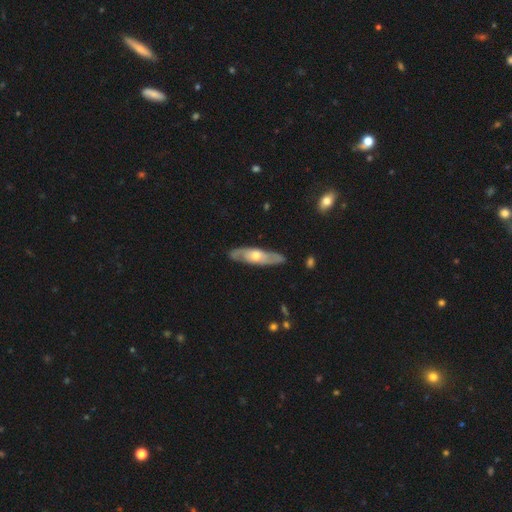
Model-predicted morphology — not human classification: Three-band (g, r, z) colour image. It shows a featured or disk galaxy (67%). Merging: none (84%).